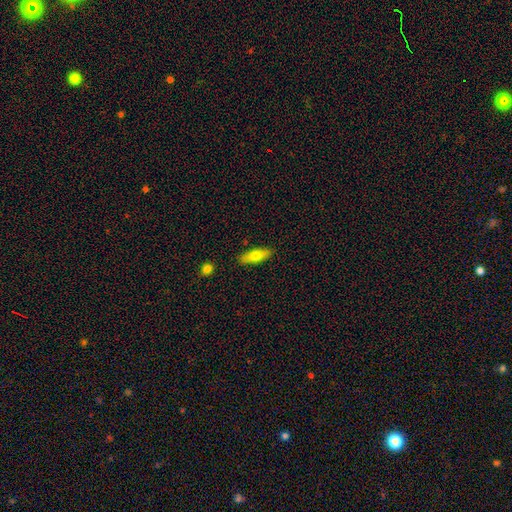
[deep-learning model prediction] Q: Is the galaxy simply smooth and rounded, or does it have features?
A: smooth — 69%.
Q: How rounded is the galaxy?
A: in between — 58%.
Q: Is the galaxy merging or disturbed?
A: none — 87%.